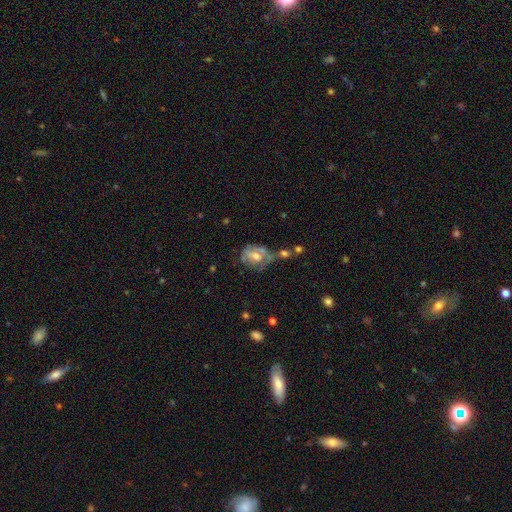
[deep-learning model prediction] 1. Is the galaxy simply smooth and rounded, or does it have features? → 60% featured or disk, 29% smooth, 11% star or artifact.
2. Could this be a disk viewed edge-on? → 95% no, 5% yes.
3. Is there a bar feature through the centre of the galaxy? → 47% no, 40% weak, 13% strong.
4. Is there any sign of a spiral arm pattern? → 61% yes, 39% no.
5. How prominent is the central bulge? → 59% moderate, 27% small, 7% large, 6% none, 1% dominant.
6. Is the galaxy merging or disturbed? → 34% none, 23% merger, 22% minor disturbance, 21% major disturbance.